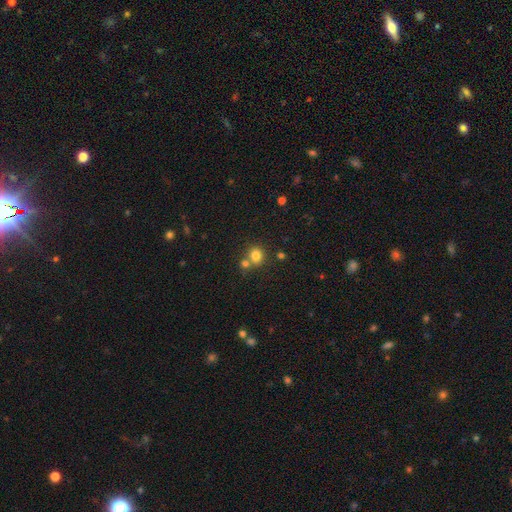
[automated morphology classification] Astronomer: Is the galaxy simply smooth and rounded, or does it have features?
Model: smooth — 79%.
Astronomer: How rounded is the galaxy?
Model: round — 75%.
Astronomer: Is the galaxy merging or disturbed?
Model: none — 56% (runner-up: merger, 33%).